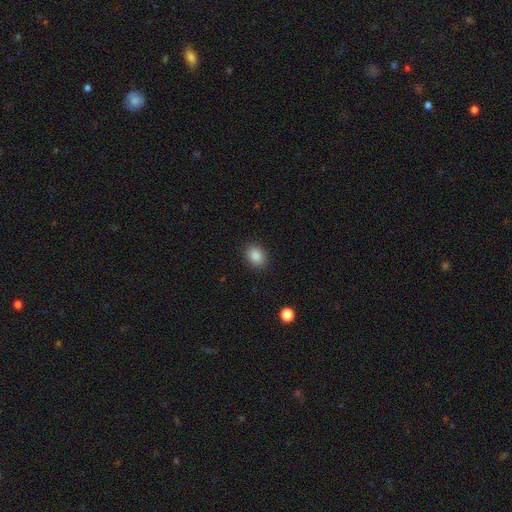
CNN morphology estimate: The model was most divided on "how rounded": in between: 57%, round: 42%, cigar-shaped: 1%. More confident: merging — none (89%); smooth or featured — smooth (87%).